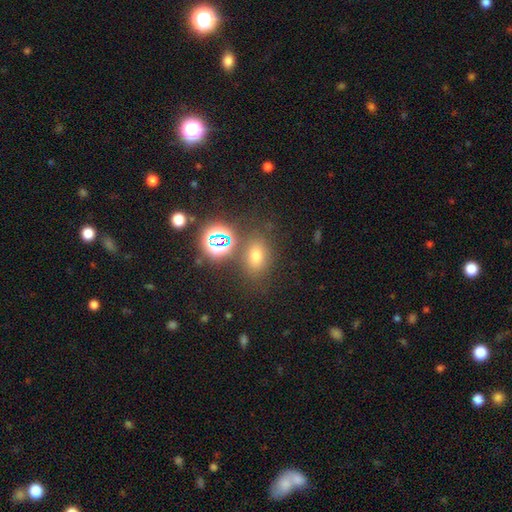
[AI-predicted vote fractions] smooth 60%, star or artifact 30%, featured or disk 10%. Down the decision tree: how rounded — in between (66%); merging — none (74%).